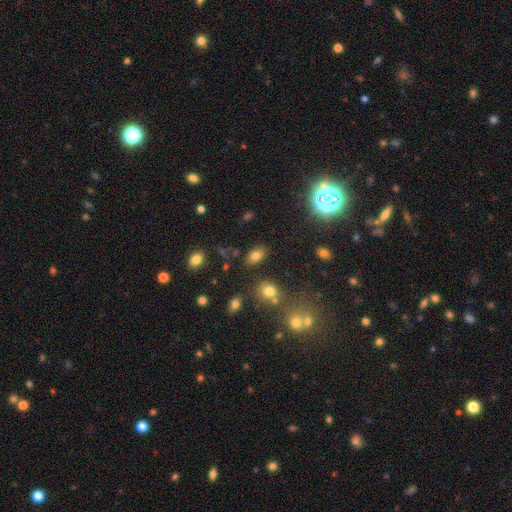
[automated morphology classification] smooth_or_featured: smooth (p=0.77) [alt: star or artifact p=0.13]
how_rounded: in between (p=0.88) [alt: round p=0.09]
merging: none (p=0.80) [alt: minor disturbance p=0.11]